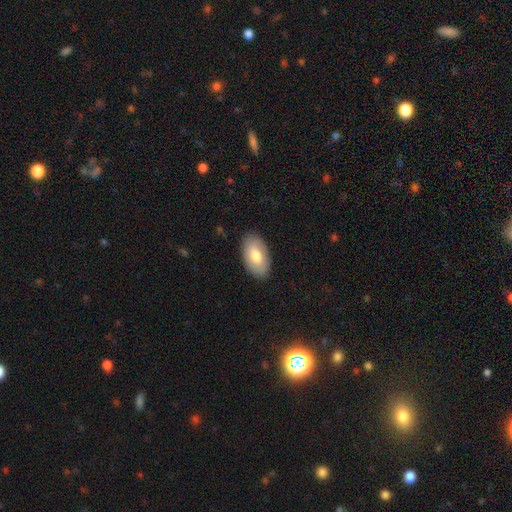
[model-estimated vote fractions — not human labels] This appears to be a smooth galaxy with no disk features (71%) that is in between round and cigar-shaped (94%). Merging: none (86%).